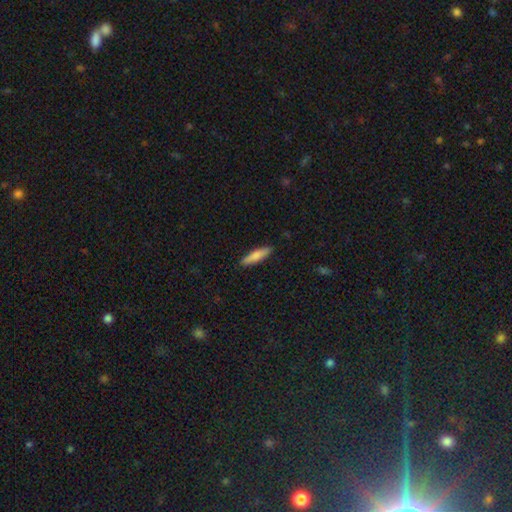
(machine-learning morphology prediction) type=smooth (79%); roundness=cigar-shaped (75%); merging=none (89%).